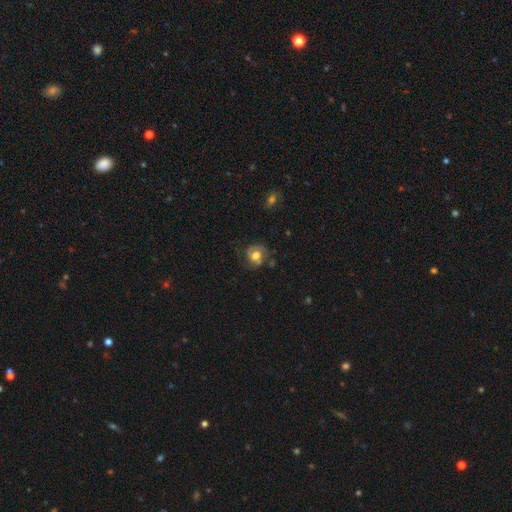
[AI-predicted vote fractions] A featured or disk galaxy (49%). Merging: none (57%).